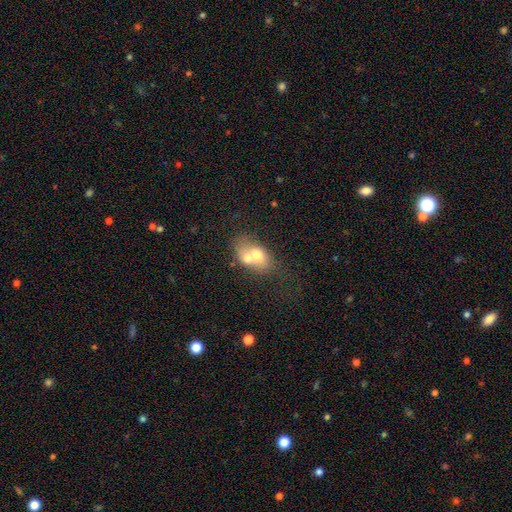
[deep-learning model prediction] Smooth or featured: smooth — 61% (featured or disk — 30%)
How rounded: in between — 72% (round — 26%)
Merging: merger — 63% (none — 23%)